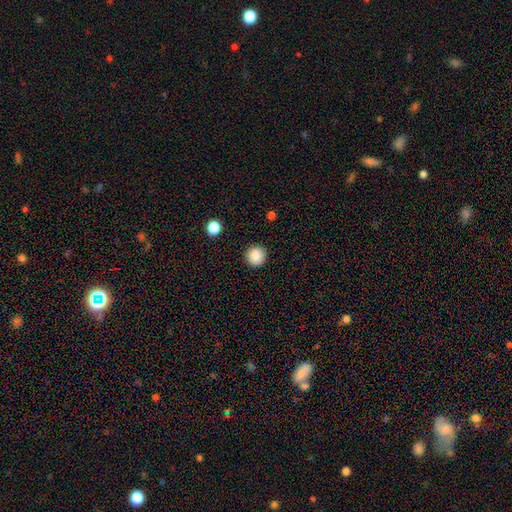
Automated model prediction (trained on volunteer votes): Smooth or featured: smooth — 86% (star or artifact — 9%)
How rounded: round — 94% (in between — 5%)
Merging: none — 91% (minor disturbance — 6%)